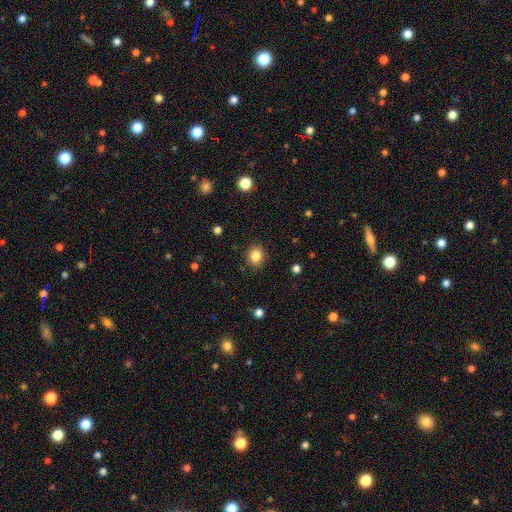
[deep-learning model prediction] Smooth or featured? smooth (84%)
How rounded? round (71%)
Merging? none (89%)